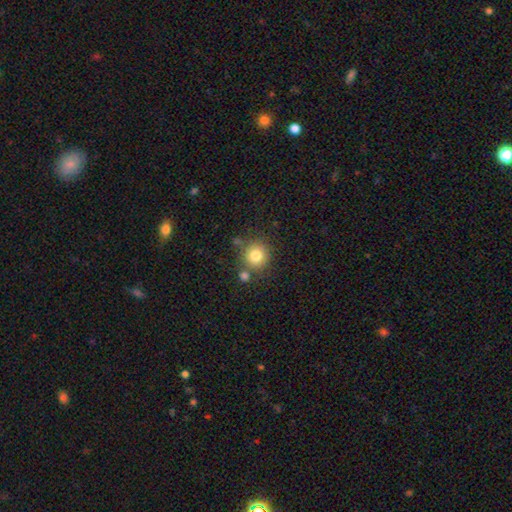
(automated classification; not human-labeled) Smooth or featured? Predicted: smooth (p=0.81). How rounded? Predicted: round (p=0.91). Merging? Predicted: none (p=0.74).